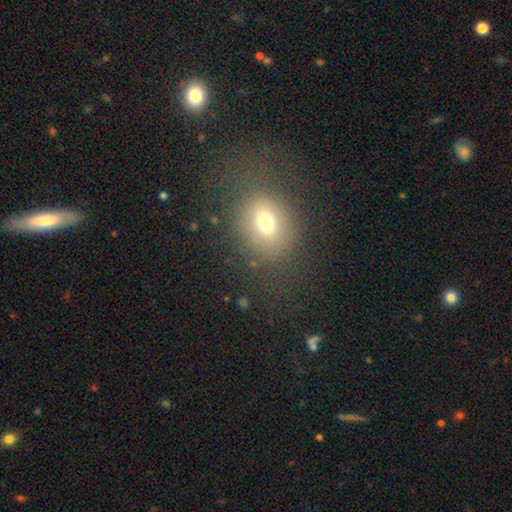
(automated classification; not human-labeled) Morphology: type=smooth (64%); roundness=in between (52%); merging=none (79%).